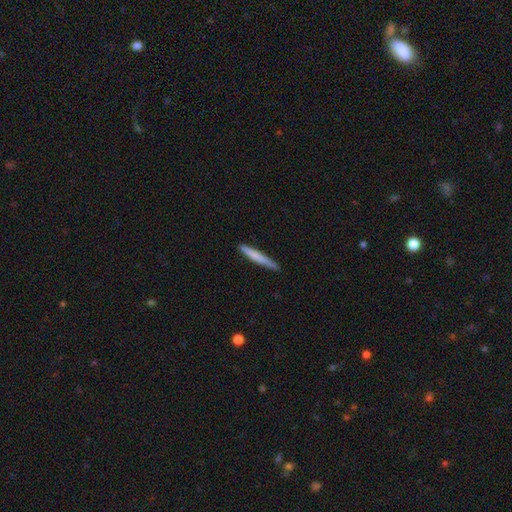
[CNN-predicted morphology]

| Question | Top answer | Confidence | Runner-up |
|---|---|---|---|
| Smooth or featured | smooth | 70% | featured or disk (25%) |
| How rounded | cigar-shaped | 96% | in between (3%) |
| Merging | none | 86% | minor disturbance (11%) |